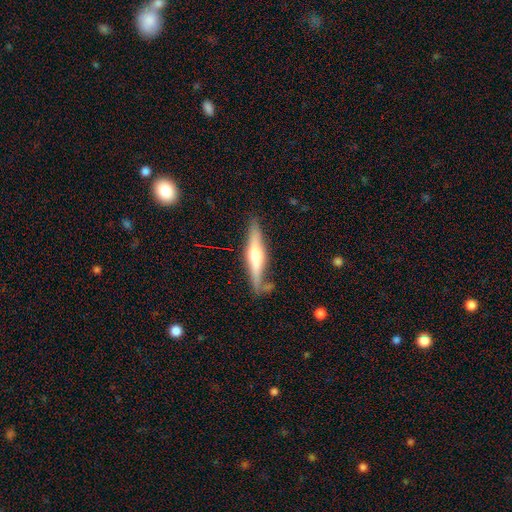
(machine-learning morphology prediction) A featured or disk galaxy (64%) viewed edge-on (95%) with a rounded central bulge (87%). Merging: none (76%).